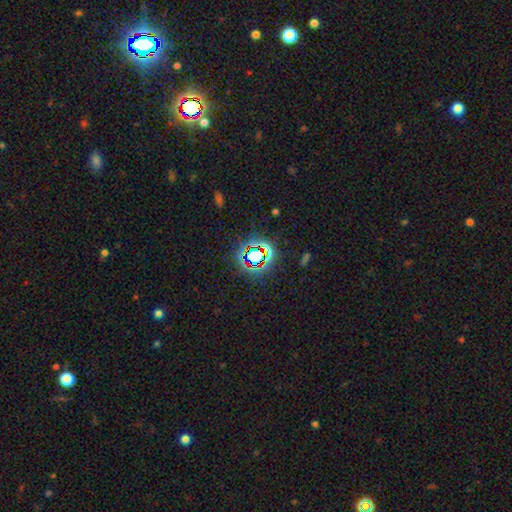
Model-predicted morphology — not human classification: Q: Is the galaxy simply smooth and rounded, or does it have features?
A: star or artifact — 72%.